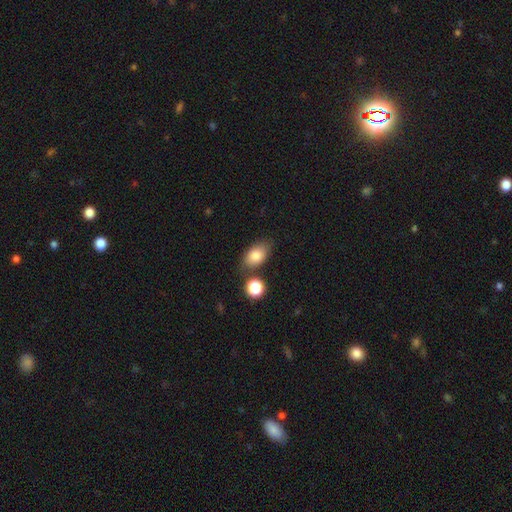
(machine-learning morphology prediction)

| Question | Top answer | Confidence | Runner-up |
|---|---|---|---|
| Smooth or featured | smooth | 81% | featured or disk (11%) |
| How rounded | in between | 87% | round (11%) |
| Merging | none | 72% | minor disturbance (15%) |